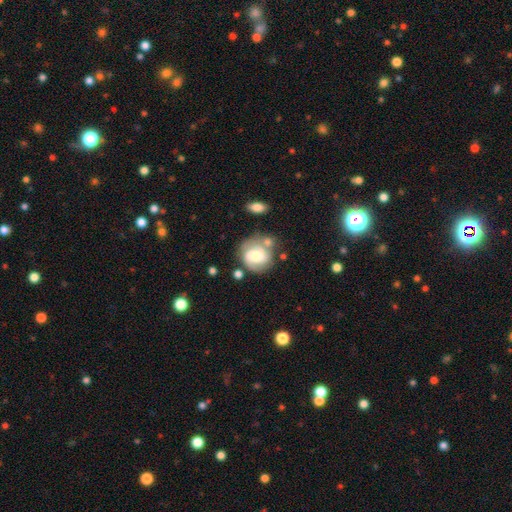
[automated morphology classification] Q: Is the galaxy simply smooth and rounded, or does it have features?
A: featured or disk — 51%.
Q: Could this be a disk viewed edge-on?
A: no — 97%.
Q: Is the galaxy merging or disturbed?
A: none — 52%.